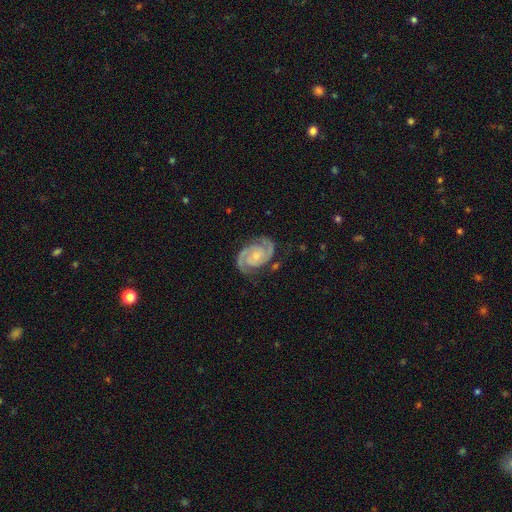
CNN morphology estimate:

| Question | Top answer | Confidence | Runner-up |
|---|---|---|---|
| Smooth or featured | featured or disk | 92% | star or artifact (4%) |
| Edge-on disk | no | 98% | yes (2%) |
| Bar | no | 57% | weak (33%) |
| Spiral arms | yes | 98% | no (2%) |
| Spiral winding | tight | 52% | medium (42%) |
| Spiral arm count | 2 | 93% | can't tell (2%) |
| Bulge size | small | 54% | moderate (30%) |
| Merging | none | 80% | minor disturbance (14%) |